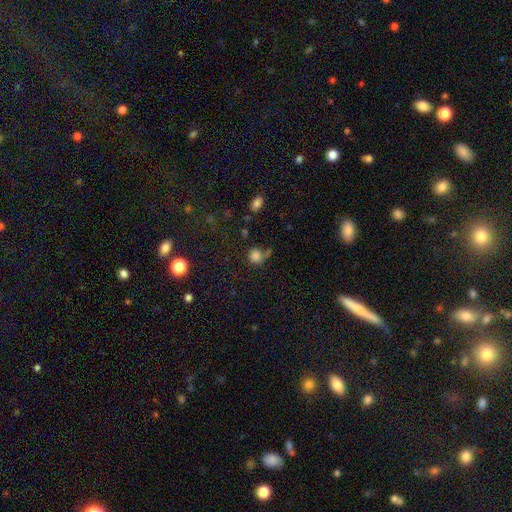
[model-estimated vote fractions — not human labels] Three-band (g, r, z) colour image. It shows a smooth galaxy with no disk features (81%) that is round (83%). Merging: none (58%).